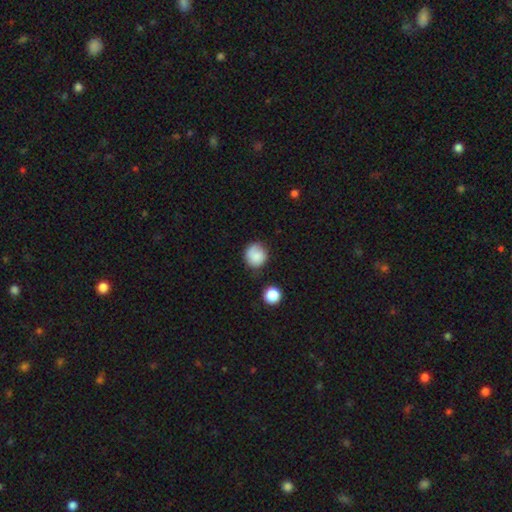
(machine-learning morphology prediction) This is clearly a smooth galaxy (81%). How rounded: clearly round (88%). Merging: likely none (72%).